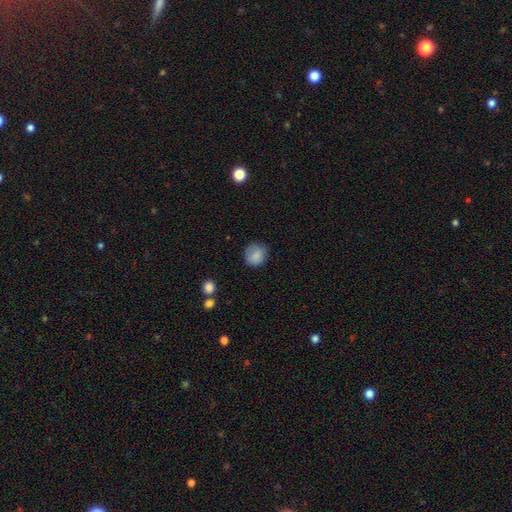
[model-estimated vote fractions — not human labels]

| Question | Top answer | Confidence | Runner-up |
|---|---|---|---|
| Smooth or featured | smooth | 85% | star or artifact (9%) |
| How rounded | round | 82% | in between (17%) |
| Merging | none | 78% | minor disturbance (17%) |